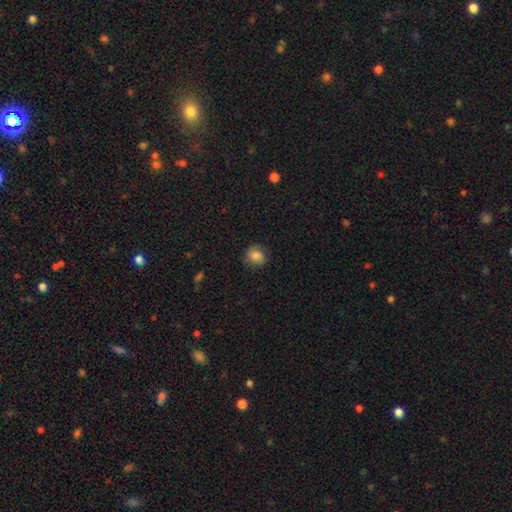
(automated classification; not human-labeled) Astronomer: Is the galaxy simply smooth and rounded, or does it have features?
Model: smooth — 81%.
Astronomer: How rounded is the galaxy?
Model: round — 68%.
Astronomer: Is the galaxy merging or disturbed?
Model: none — 74%.